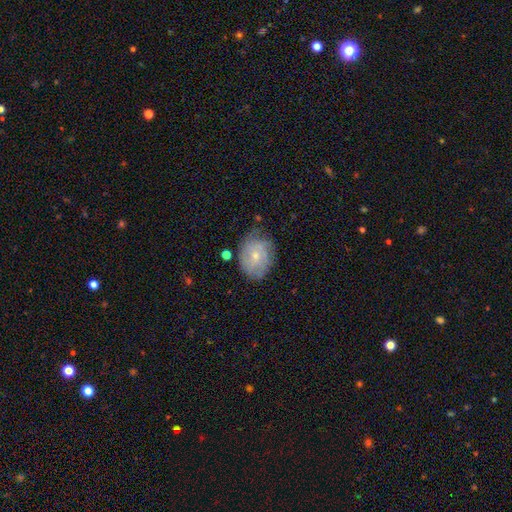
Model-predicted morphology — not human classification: featured or disk 47%, smooth 44%, star or artifact 8%. Down the decision tree: merging — none (64%).